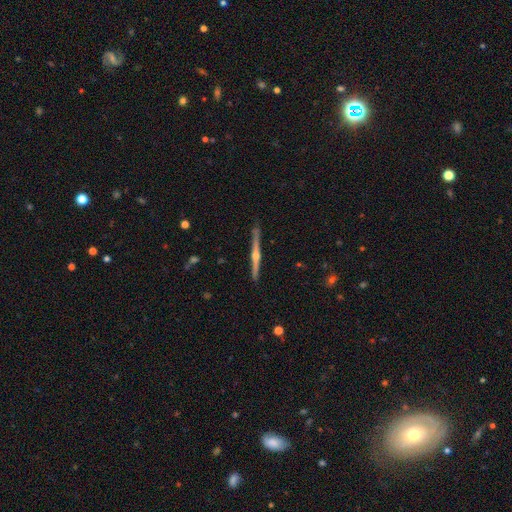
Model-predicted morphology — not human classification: smooth-or-featured: featured or disk: 83% | smooth: 12% | star or artifact: 5%
  disk-edge-on: yes: 99% | no: 1%
    edge-on-bulge: rounded: 93% | none: 4% | boxy: 3%
  merging: none: 90% | minor disturbance: 7% | major disturbance: 1% | merger: 1%